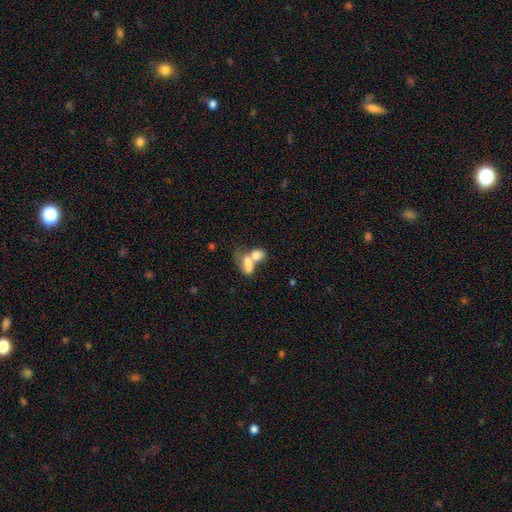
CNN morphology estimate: Smooth or featured?
  - smooth: 74% *
  - featured or disk: 17%
  - star or artifact: 9%
How rounded?
  - in between: 74% *
  - round: 20%
  - cigar-shaped: 6%
Merging?
  - merger: 68% *
  - none: 17%
  - major disturbance: 8%
  - minor disturbance: 7%